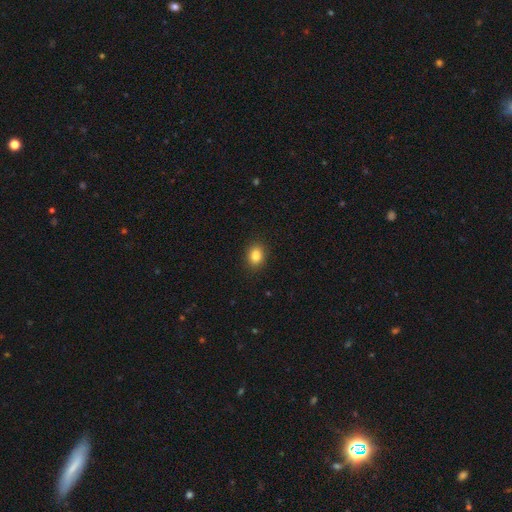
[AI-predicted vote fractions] smooth_or_featured: smooth (p=0.85) [alt: star or artifact p=0.10]
how_rounded: in between (p=0.52) [alt: round p=0.47]
merging: none (p=0.90) [alt: minor disturbance p=0.07]